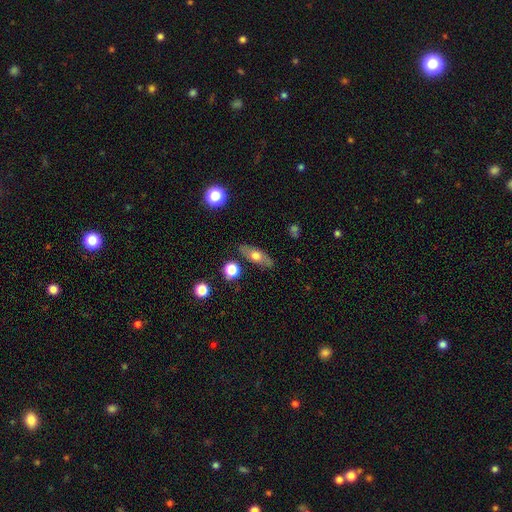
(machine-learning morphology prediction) Smooth or featured? smooth (56%)
How rounded? in between (65%)
Merging? none (84%)